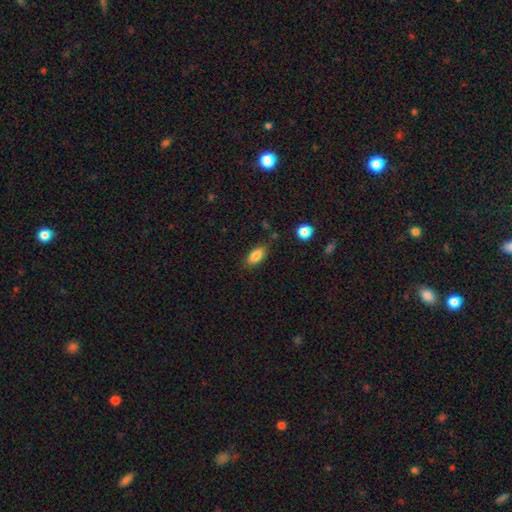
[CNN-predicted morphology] type=smooth (85%); roundness=in between (88%); merging=none (77%).